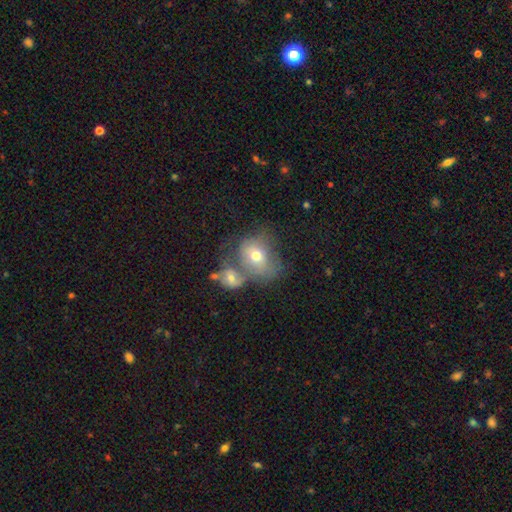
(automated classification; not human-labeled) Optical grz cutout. It shows a smooth galaxy with no disk features (49%). Merging: merger (41%, tied with none).